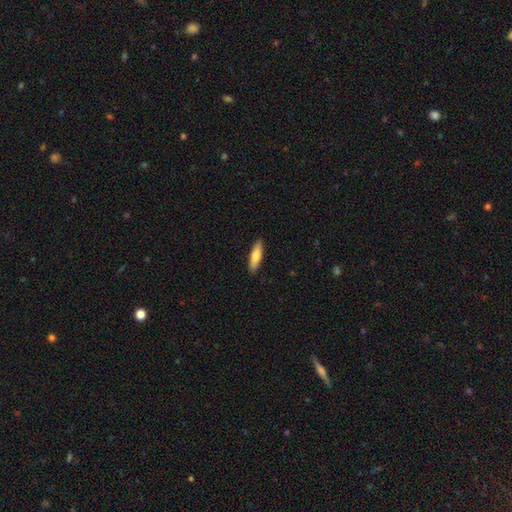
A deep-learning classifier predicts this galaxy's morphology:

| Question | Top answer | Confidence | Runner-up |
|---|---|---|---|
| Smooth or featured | smooth | 74% | featured or disk (20%) |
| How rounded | cigar-shaped | 64% | in between (35%) |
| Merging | none | 90% | minor disturbance (7%) |